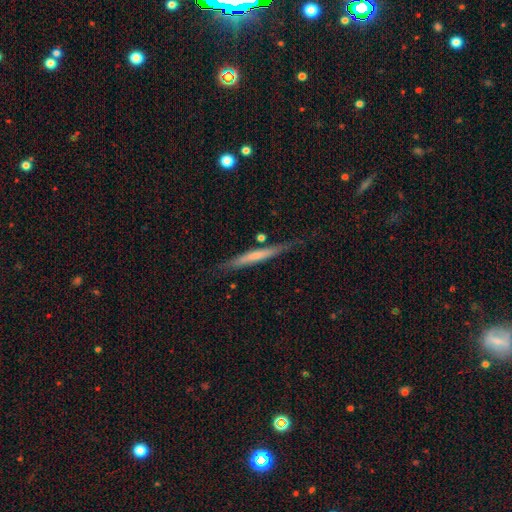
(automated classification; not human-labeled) A featured or disk galaxy (50%) viewed edge-on (95%). Merging: none (79%).